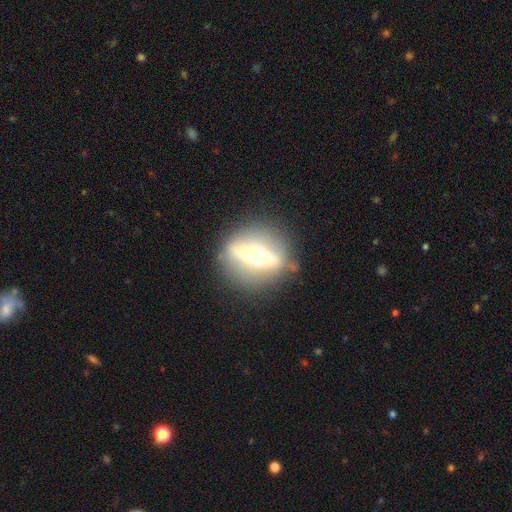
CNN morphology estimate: This is likely a featured or disk galaxy (68%). It is likely viewed edge-on (62%). Merging: likely none (78%).